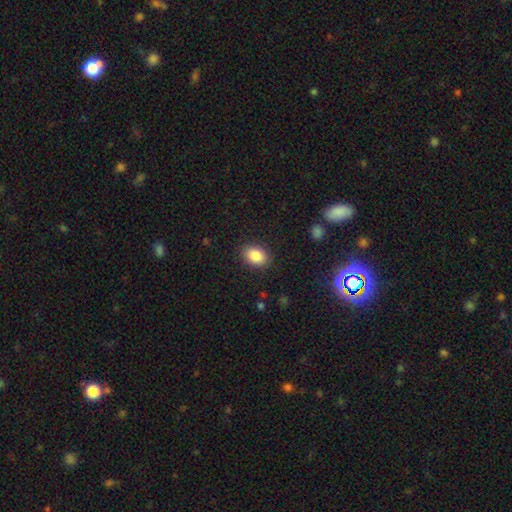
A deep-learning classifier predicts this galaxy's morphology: Smooth or featured?
  - smooth: 87% *
  - star or artifact: 8%
  - featured or disk: 5%
How rounded?
  - in between: 76% *
  - round: 23%
  - cigar-shaped: 1%
Merging?
  - none: 87% *
  - minor disturbance: 9%
  - major disturbance: 3%
  - merger: 1%